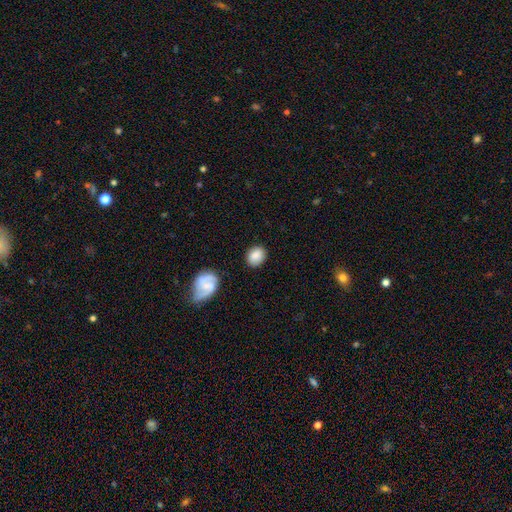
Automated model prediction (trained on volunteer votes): Overall: smooth (83%). How rounded: round (55%; in between 44%). Merging: none (82%).